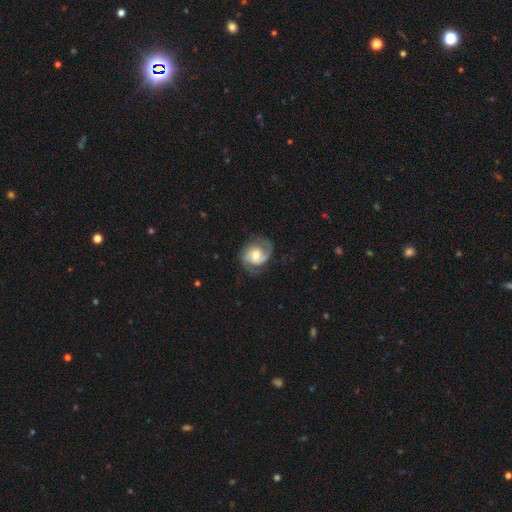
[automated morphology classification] This is likely a featured or disk galaxy (80%). It is clearly not viewed edge-on (98%). Bar: possibly no (47%). Spiral arm pattern: clearly yes (95%). Spiral arm count: clearly 2 (80%). Spiral winding: possibly medium (48%). Central bulge: likely moderate (60%). Merging: likely none (67%).